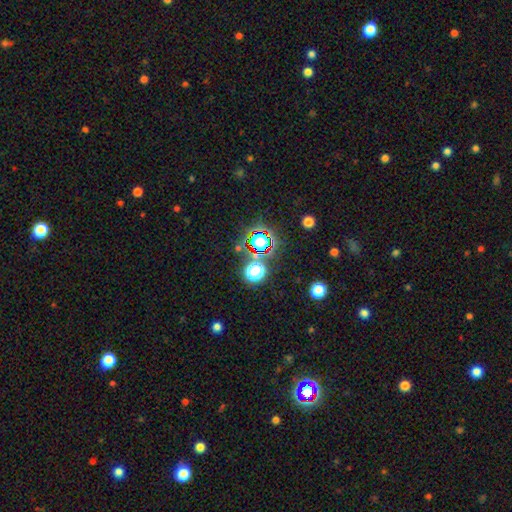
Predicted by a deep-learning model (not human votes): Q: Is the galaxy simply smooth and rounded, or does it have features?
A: star or artifact — 72%.